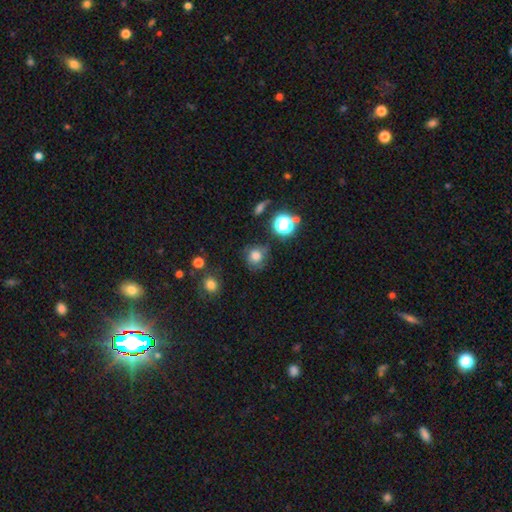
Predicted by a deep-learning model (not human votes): Smooth or featured? smooth (73%)
How rounded? round (84%)
Merging? none (69%)